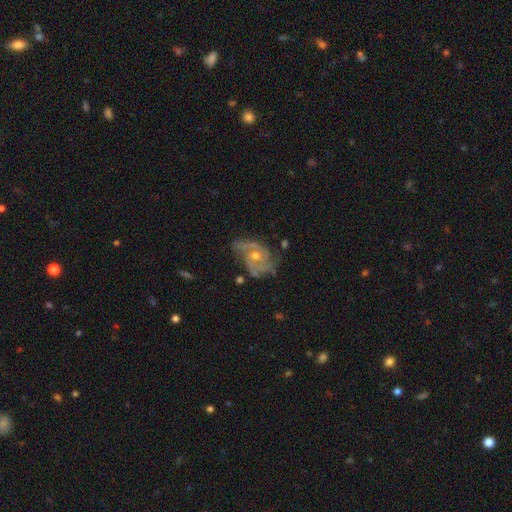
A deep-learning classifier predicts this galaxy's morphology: type=featured or disk (84%); edge-on=no (97%); bar=no (70%); spiral arms=yes (92%); winding=medium (48%); arm count=2 (62%); bulge=moderate (58%); merging=none (55%).